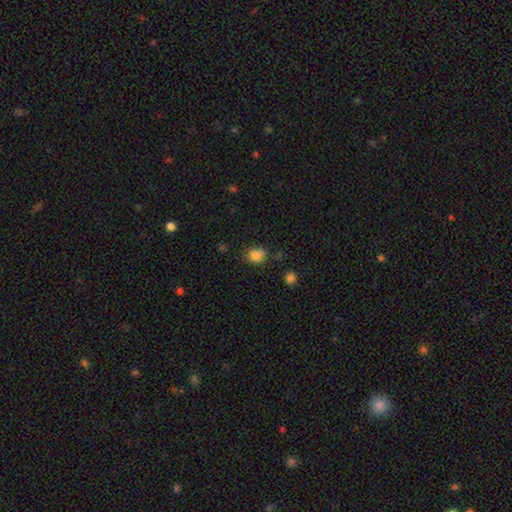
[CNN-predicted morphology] This is clearly a smooth galaxy (82%). How rounded: possibly round (53%). Merging: likely none (69%).